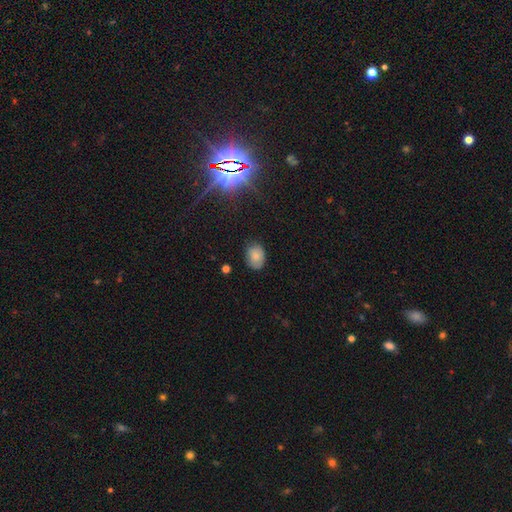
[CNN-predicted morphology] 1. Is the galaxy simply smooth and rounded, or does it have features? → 81% smooth, 10% star or artifact, 9% featured or disk.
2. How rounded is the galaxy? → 67% in between, 32% round, 1% cigar-shaped.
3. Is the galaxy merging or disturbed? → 79% none, 17% minor disturbance, 3% major disturbance, 1% merger.